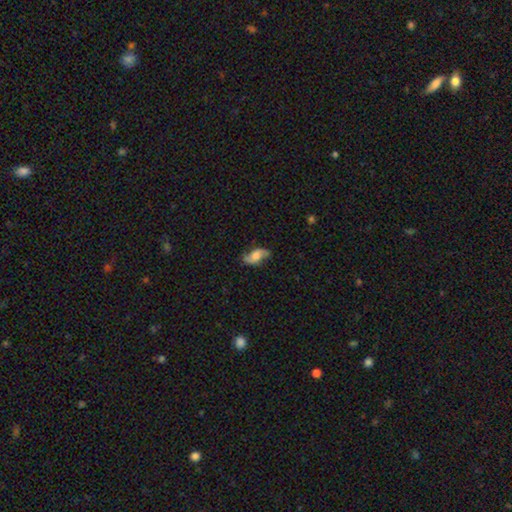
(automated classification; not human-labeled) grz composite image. It shows a featured or disk galaxy (56%) with no bar (59%), spiral arms (90%) and a moderate central bulge (39%). Merging: none (75%).